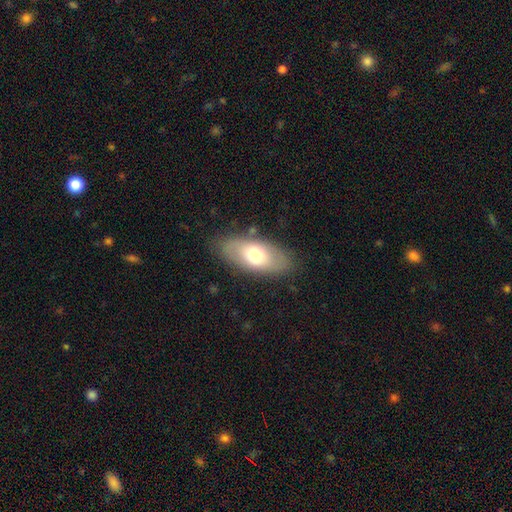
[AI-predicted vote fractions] This appears to be a smooth galaxy with no disk features (63%) that is in between round and cigar-shaped (89%). Merging: none (82%).